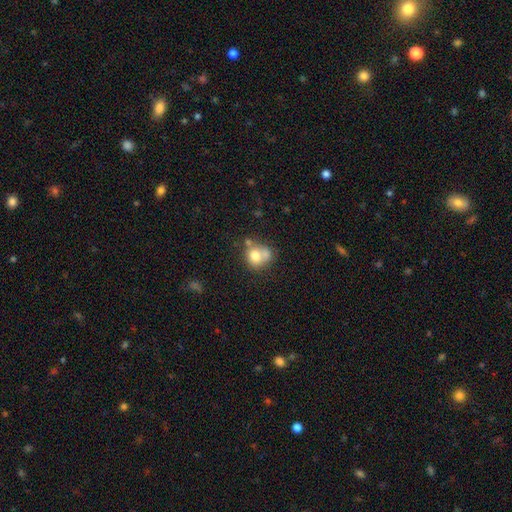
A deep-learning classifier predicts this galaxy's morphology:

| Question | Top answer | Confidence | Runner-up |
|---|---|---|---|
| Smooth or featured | smooth | 72% | featured or disk (18%) |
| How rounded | round | 72% | in between (27%) |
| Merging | merger | 43% | none (37%) |